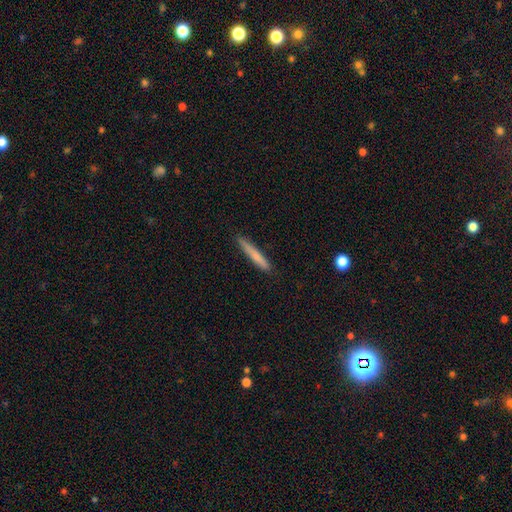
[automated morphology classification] Overall: smooth (71%). How rounded: cigar-shaped (96%). Merging: none (88%).